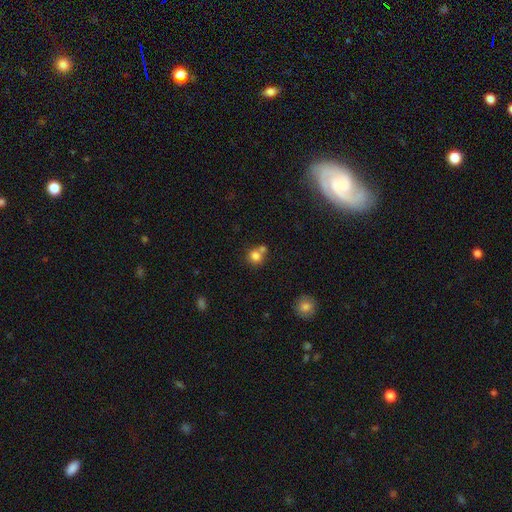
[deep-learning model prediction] This appears to be a smooth galaxy with no disk features (81%) that is round (86%). Merging: none (54%).